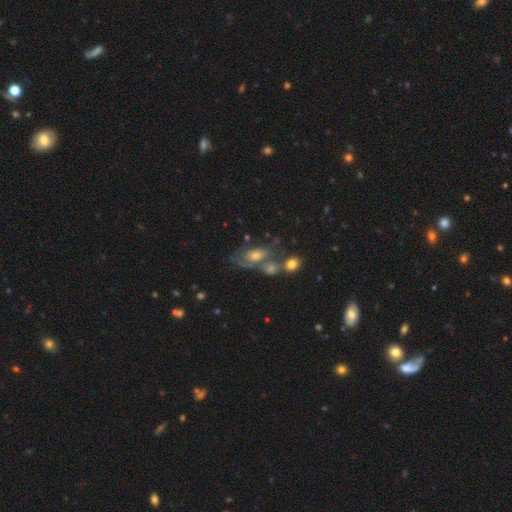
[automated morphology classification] Smooth or featured? Predicted: featured or disk (p=0.54). Edge-on disk? Predicted: no (p=0.88). Merging? Predicted: none (p=0.38).